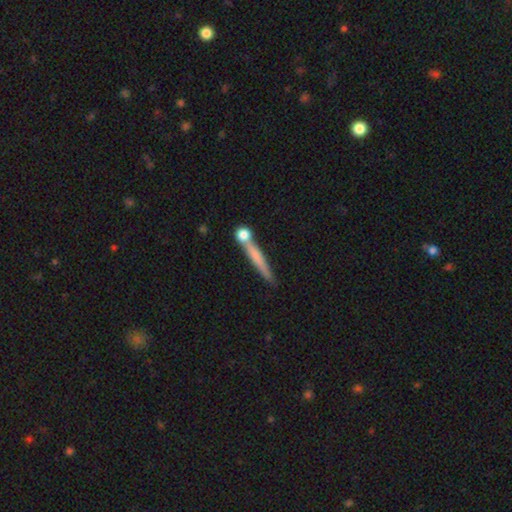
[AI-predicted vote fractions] Smooth or featured? Predicted: smooth (p=0.56). How rounded? Predicted: cigar-shaped (p=0.89). Merging? Predicted: none (p=0.64).